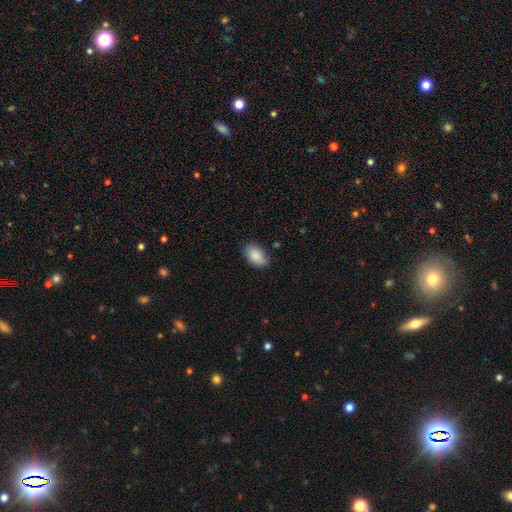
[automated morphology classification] Smooth or featured? smooth (88%)
How rounded? in between (92%)
Merging? none (81%)